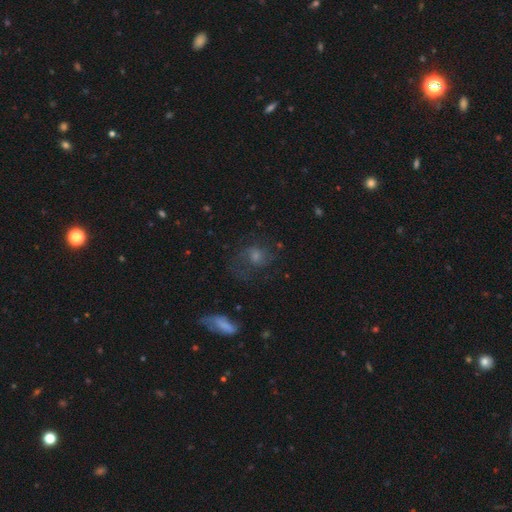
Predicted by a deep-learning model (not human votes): The model was most divided on "smooth or featured": featured or disk: 48%, smooth: 30%, star or artifact: 22%. More confident: merging — none (57%).